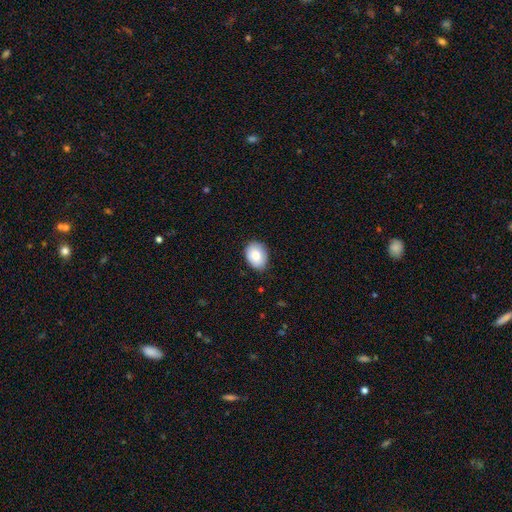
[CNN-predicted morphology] Overall: smooth (81%). How rounded: in between (68%; round 31%). Merging: none (84%).